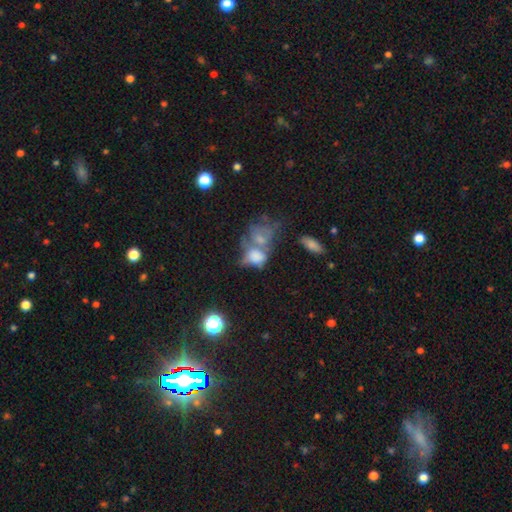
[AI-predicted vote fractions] smooth 58%, featured or disk 30%, star or artifact 12%. Down the decision tree: how rounded — in between (64%); merging — merger (60%).